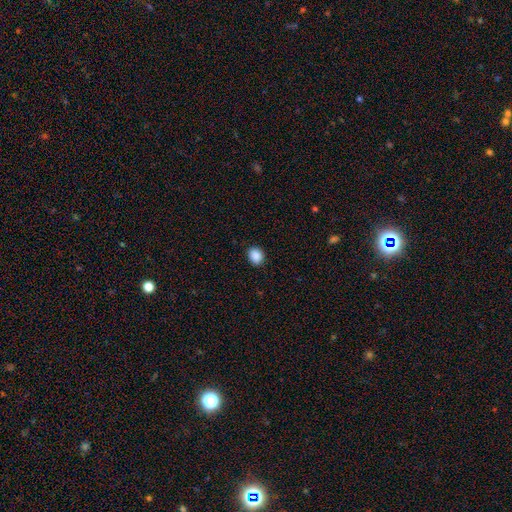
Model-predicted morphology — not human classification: This appears to be a smooth galaxy with no disk features (89%) that is round (59%). Merging: none (91%).